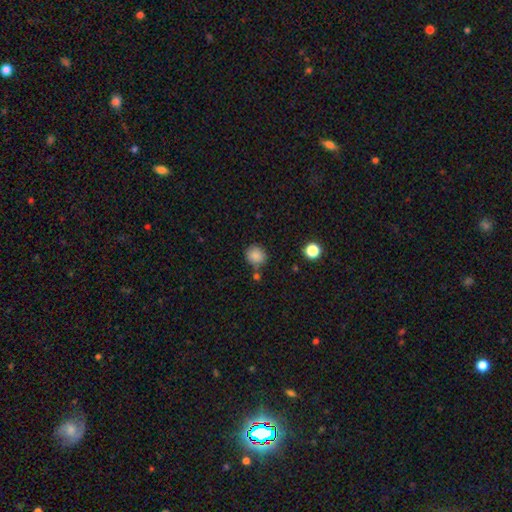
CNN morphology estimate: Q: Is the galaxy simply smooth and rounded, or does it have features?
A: smooth — 86%.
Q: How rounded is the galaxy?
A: round — 83%.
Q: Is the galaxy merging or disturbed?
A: none — 74%.